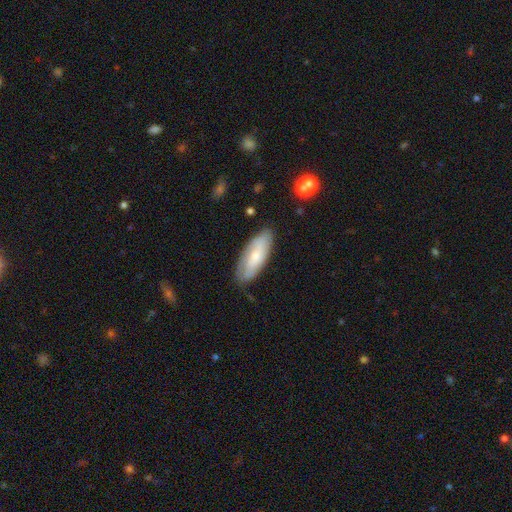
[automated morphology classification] Smooth or featured? Predicted: smooth (p=0.55). How rounded? Predicted: in between (p=0.74). Merging? Predicted: none (p=0.77).